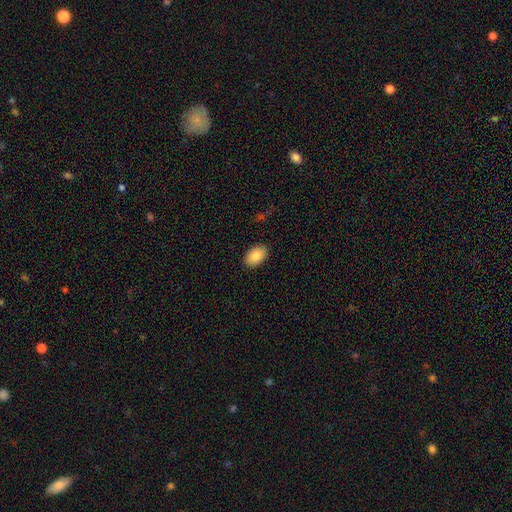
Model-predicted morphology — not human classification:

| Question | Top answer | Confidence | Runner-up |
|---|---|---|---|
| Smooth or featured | smooth | 85% | featured or disk (8%) |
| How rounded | in between | 90% | round (9%) |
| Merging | none | 89% | minor disturbance (8%) |